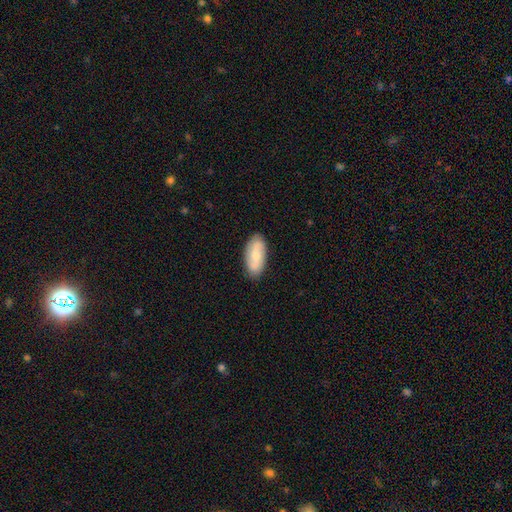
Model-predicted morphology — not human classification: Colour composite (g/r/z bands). It shows a smooth galaxy with no disk features (58%) that is in between round and cigar-shaped (88%). Merging: none (86%).